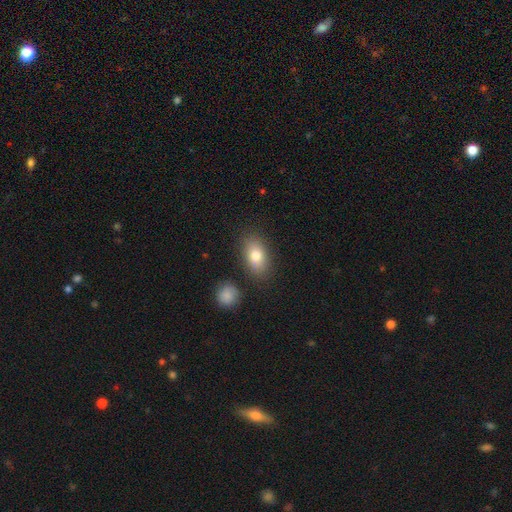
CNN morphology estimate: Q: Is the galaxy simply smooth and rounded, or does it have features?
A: smooth — 78%.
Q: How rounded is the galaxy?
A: in between — 87%.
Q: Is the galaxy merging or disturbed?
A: none — 83%.